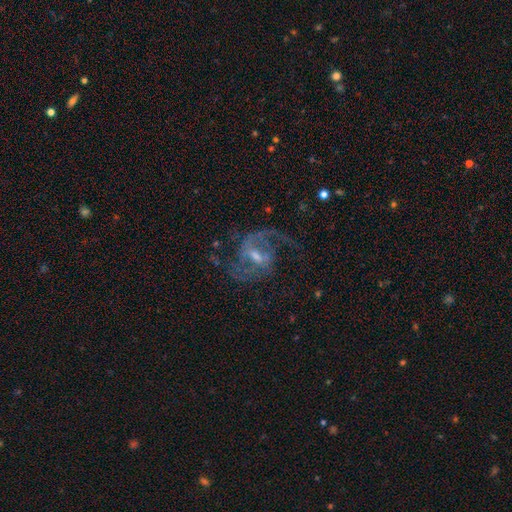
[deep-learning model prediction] featured or disk 87%, star or artifact 8%, smooth 6%. Down the decision tree: edge-on disk — no (97%); bar — weak (54%); spiral arms — yes (96%); spiral arm count — 2 (81%); spiral winding — medium (51%); bulge size — moderate (48%); merging — none (65%).